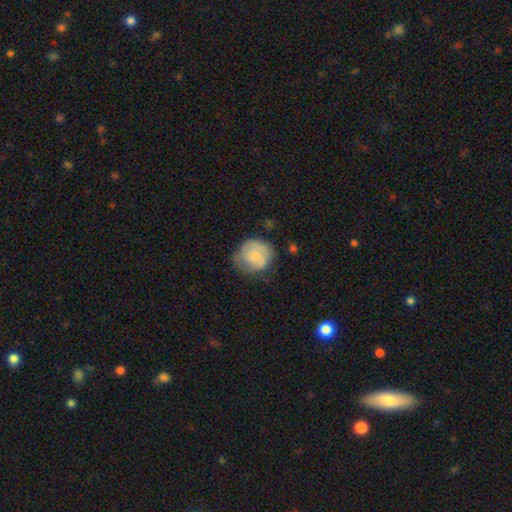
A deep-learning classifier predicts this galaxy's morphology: This appears to be a smooth galaxy with no disk features (59%) that is round (82%). Merging: none (52%).